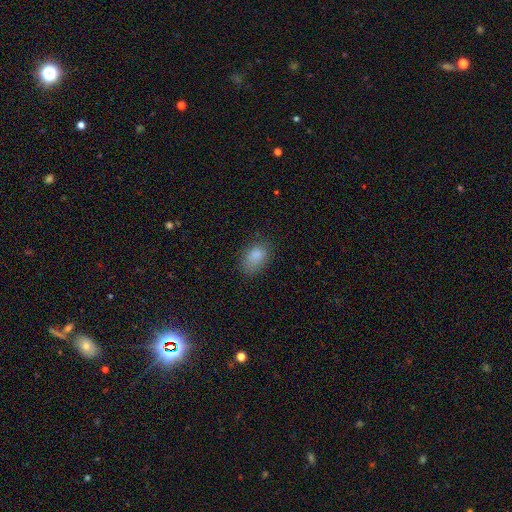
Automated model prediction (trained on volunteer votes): Smooth or featured? Predicted: smooth (p=0.83). How rounded? Predicted: in between (p=0.83). Merging? Predicted: none (p=0.69).